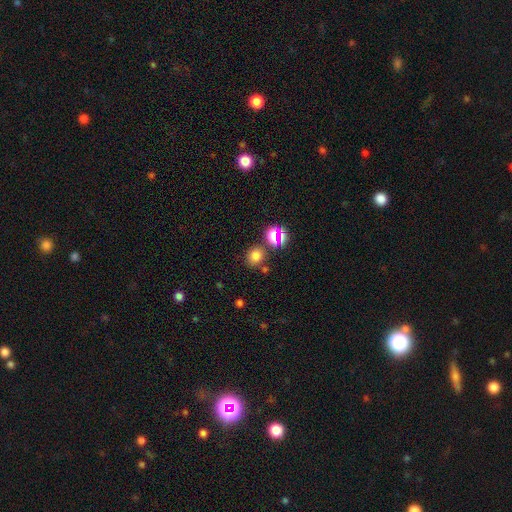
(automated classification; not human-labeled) A smooth galaxy with no disk features (71%) that is round (74%). Merging: none (76%).